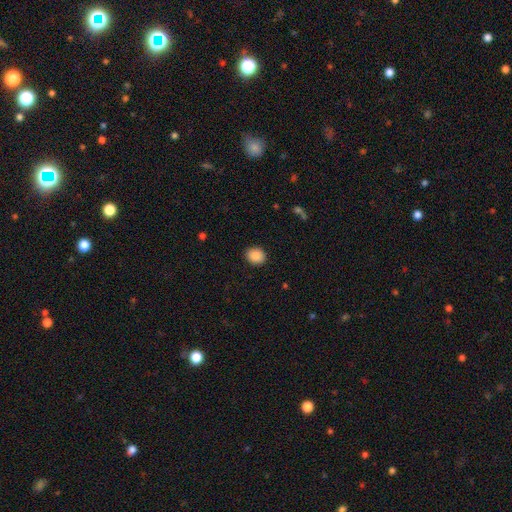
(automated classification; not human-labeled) A smooth galaxy with no disk features (89%) that is round (70%).

Vote fractions:
- Smooth or featured? smooth: 89% / star or artifact: 8% / featured or disk: 3%
- How rounded? round: 70% / in between: 29% / cigar-shaped: 1%
- Merging? none: 90% / minor disturbance: 7% / major disturbance: 2% / merger: 1%